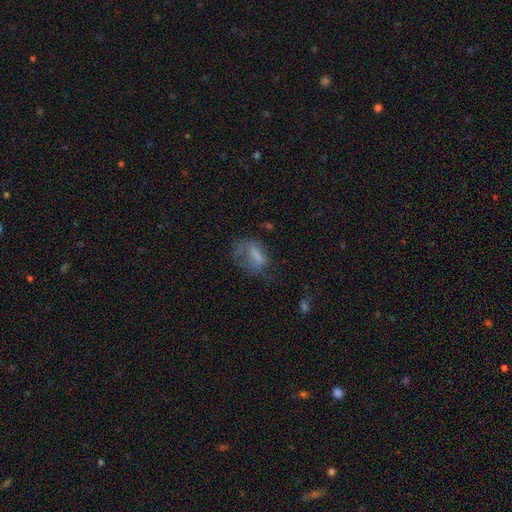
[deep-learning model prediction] smooth-or-featured: smooth: 57% | featured or disk: 30% | star or artifact: 13%
  how-rounded: in between: 77% | round: 13% | cigar-shaped: 9%
  merging: major disturbance: 41% | none: 32% | minor disturbance: 24% | merger: 3%